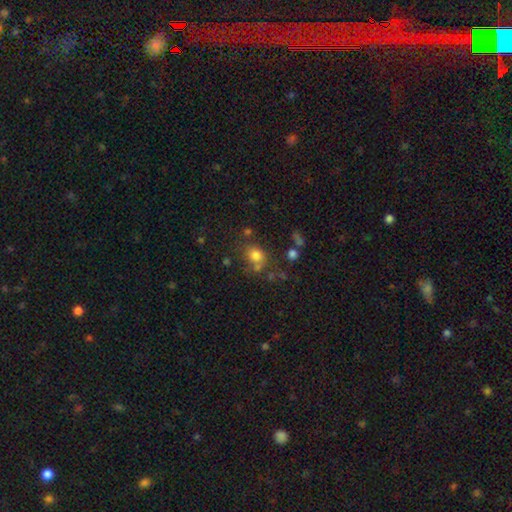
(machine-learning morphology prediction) smooth 77%, star or artifact 14%, featured or disk 9%. Down the decision tree: how rounded — round (66%); merging — none (61%).